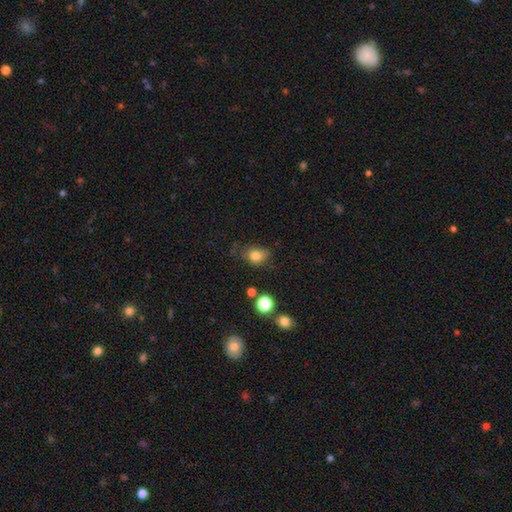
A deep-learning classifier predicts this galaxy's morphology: This appears to be a smooth galaxy with no disk features (80%) that is in between round and cigar-shaped (54%). Merging: none (64%).